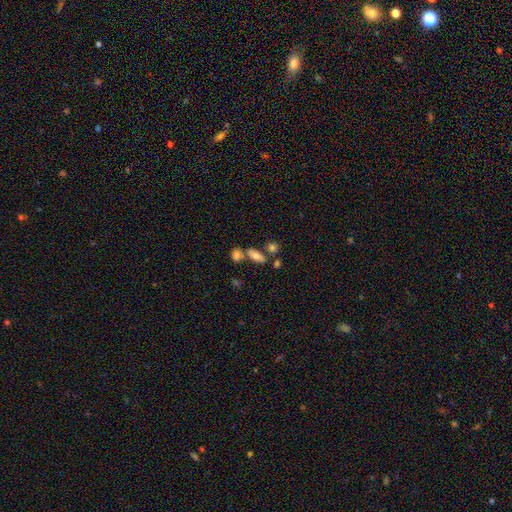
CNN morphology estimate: Smooth or featured? smooth (66%)
How rounded? in between (70%)
Merging? none (57%)